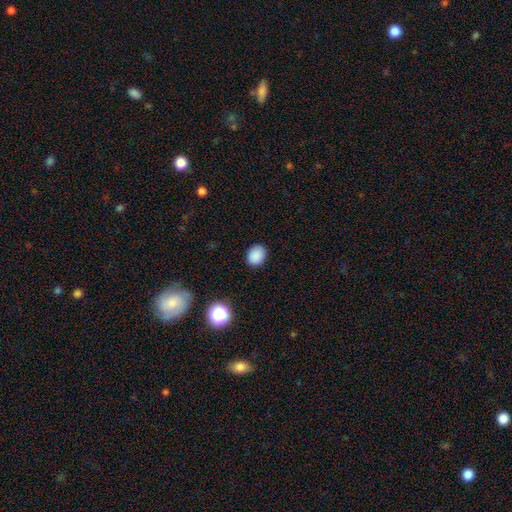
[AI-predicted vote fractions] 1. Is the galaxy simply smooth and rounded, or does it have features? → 87% smooth, 10% star or artifact, 3% featured or disk.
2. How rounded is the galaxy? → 53% round, 46% in between, 1% cigar-shaped.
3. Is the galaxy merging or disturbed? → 88% none, 9% minor disturbance, 2% major disturbance, 1% merger.